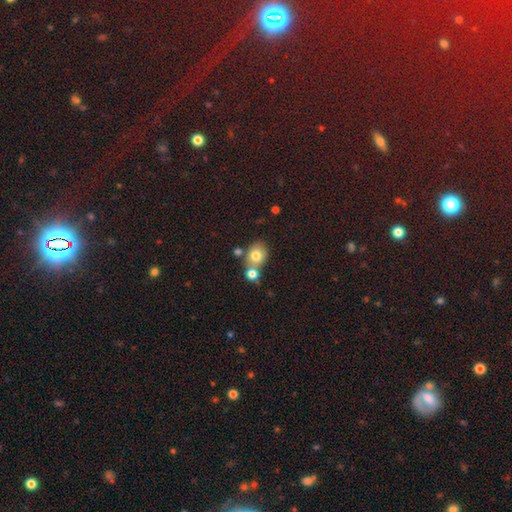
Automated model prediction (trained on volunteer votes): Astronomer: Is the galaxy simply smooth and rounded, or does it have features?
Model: smooth — 75%.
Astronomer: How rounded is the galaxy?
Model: round — 52% (runner-up: in between, 46%).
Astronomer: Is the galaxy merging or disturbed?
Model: none — 47% (runner-up: merger, 39%).